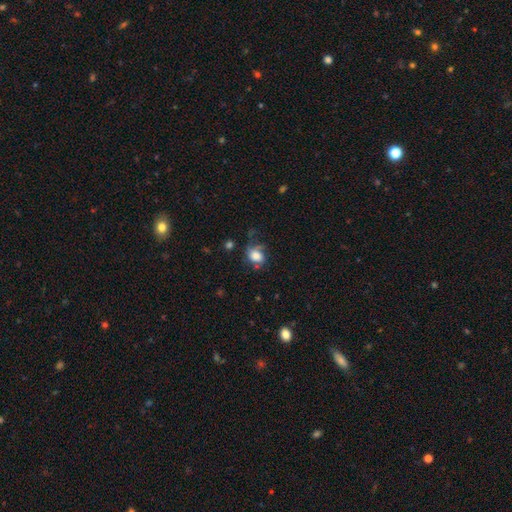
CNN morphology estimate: A smooth galaxy with no disk features (65%) that is in between round and cigar-shaped (56%). Merging: none (46%).